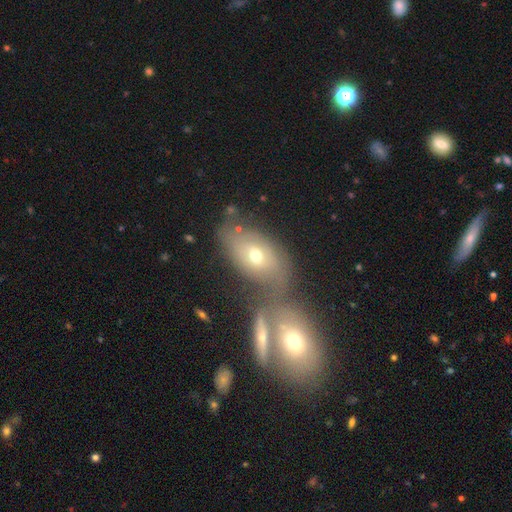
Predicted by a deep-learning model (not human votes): Morphology: type=smooth (48%); merging=none (43%).